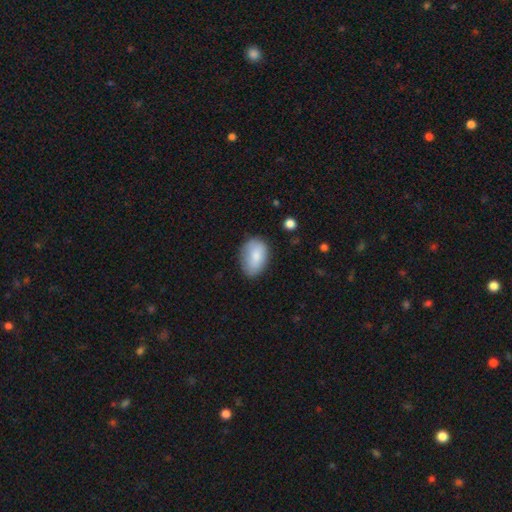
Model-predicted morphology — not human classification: smooth-or-featured: smooth: 82% | featured or disk: 11% | star or artifact: 7%
  how-rounded: in between: 88% | round: 11% | cigar-shaped: 1%
  merging: none: 74% | minor disturbance: 20% | major disturbance: 5% | merger: 2%